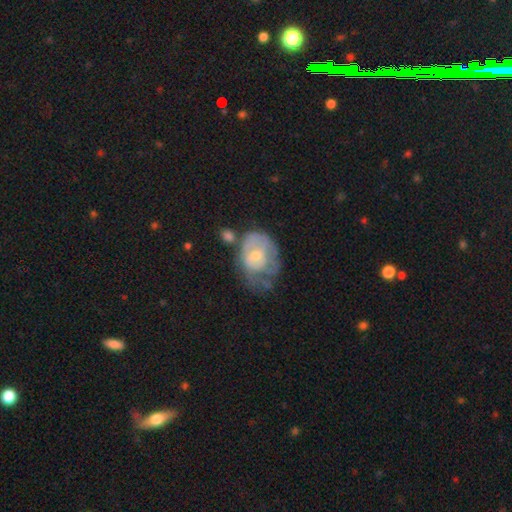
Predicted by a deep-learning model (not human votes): Overall: featured or disk (60%; smooth 33%). Edge-on disk: no (97%). Bar: no (72%). Spiral arms: yes (55%; no 45%). Bulge size: small (51%; moderate 44%). Merging: major disturbance (32%; minor disturbance 30%).